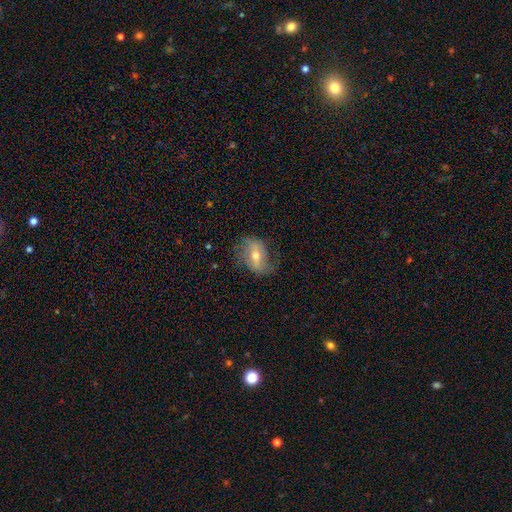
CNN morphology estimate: This is possibly a featured or disk galaxy (57%). It is clearly not viewed edge-on (94%). Bar: marginally weak (41%). Spiral arm pattern: likely yes (73%). Central bulge: likely moderate (68%). Merging: likely none (64%).